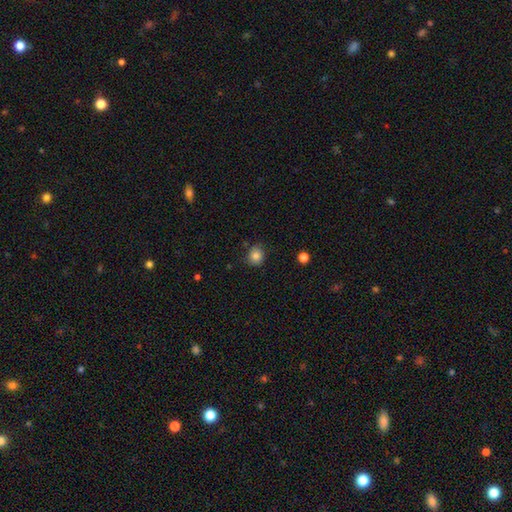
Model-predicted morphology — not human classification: Overall: smooth (84%). How rounded: round (81%). Merging: none (81%).